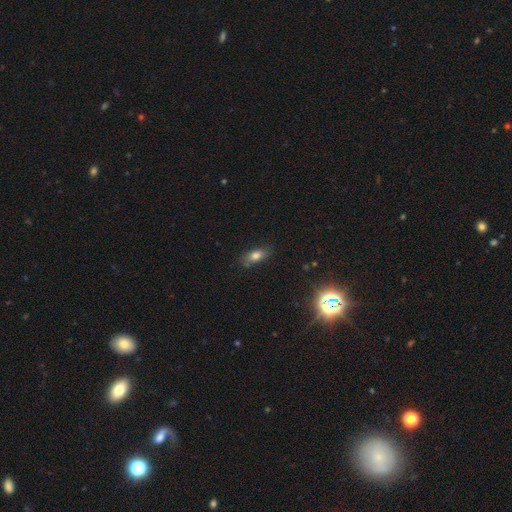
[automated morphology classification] This appears to be a smooth galaxy with no disk features (74%) that is in between round and cigar-shaped (78%). Merging: none (79%).